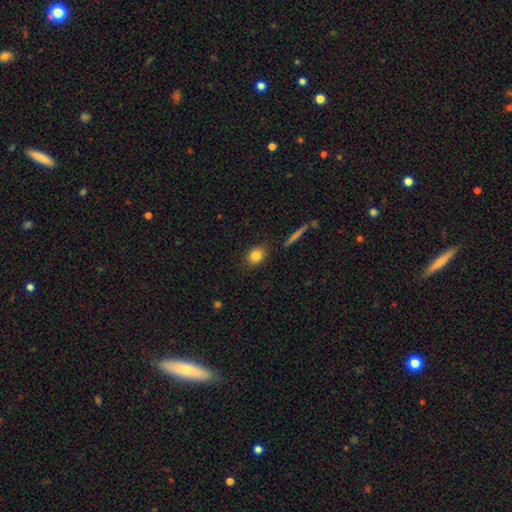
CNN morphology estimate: smooth-or-featured: smooth: 83% | star or artifact: 9% | featured or disk: 8%
  how-rounded: in between: 56% | round: 41% | cigar-shaped: 3%
  merging: none: 84% | minor disturbance: 11% | merger: 3% | major disturbance: 3%